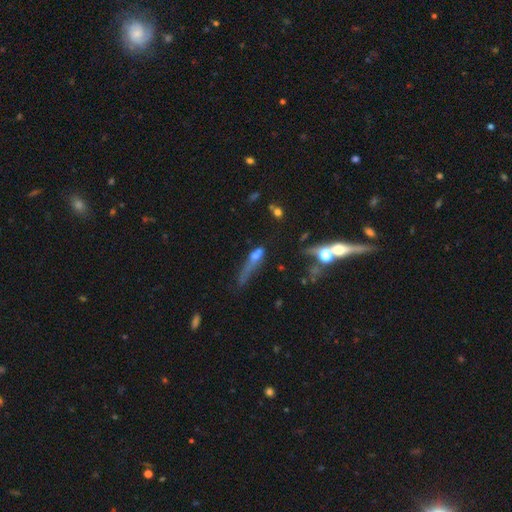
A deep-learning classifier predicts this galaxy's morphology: This is possibly a smooth galaxy (46%). Merging: marginally major disturbance (36%).